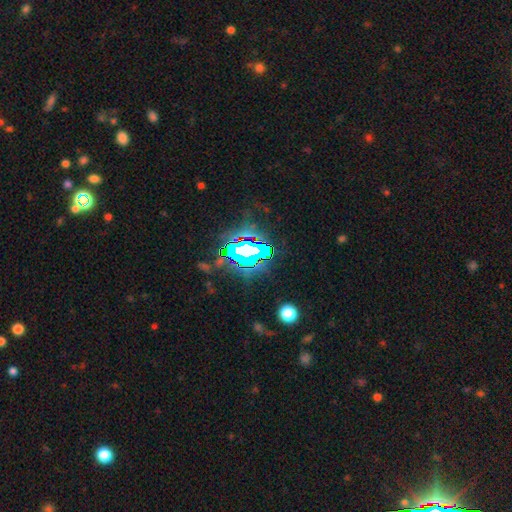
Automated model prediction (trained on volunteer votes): Smooth or featured? Predicted: star or artifact (p=0.82).